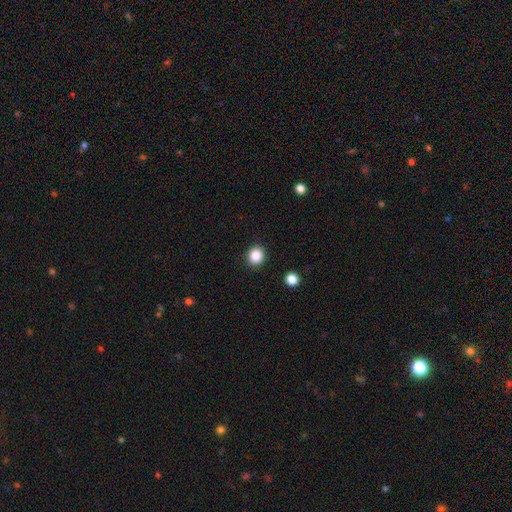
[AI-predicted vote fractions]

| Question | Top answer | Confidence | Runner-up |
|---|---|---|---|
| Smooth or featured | smooth | 86% | star or artifact (10%) |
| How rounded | round | 80% | in between (19%) |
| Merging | none | 91% | minor disturbance (6%) |